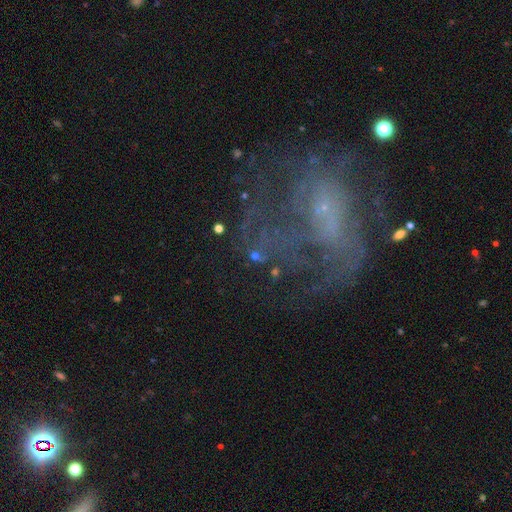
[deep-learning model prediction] Smooth or featured: featured or disk — 51% (star or artifact — 30%)
Edge-on disk: no — 93% (yes — 7%)
Merging: none — 66% (minor disturbance — 15%)